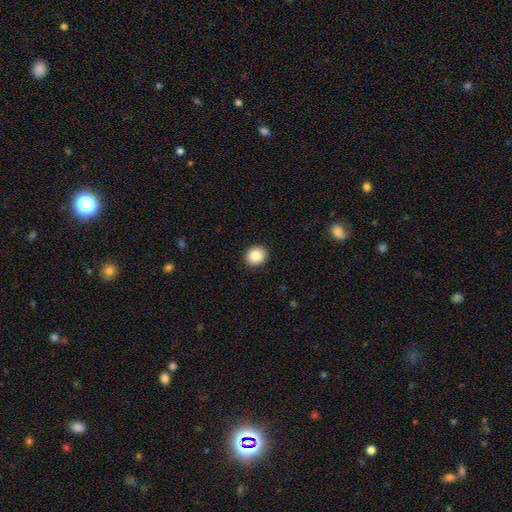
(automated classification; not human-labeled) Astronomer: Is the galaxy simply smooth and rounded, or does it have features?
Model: smooth — 87%.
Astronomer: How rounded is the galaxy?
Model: round — 70%.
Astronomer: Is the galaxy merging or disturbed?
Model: none — 92%.